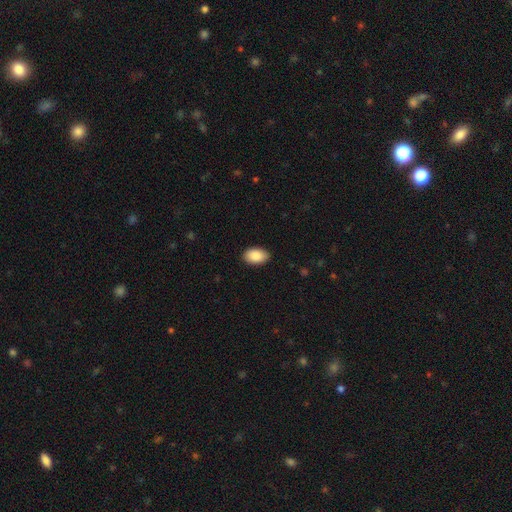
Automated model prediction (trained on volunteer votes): Morphology: type=smooth (89%); roundness=in between (93%); merging=none (89%).